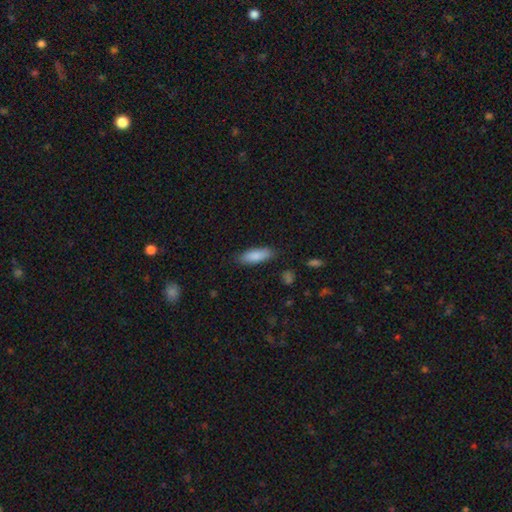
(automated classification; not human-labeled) Smooth or featured: smooth — 86% (featured or disk — 7%)
How rounded: in between — 64% (cigar-shaped — 34%)
Merging: none — 84% (minor disturbance — 12%)